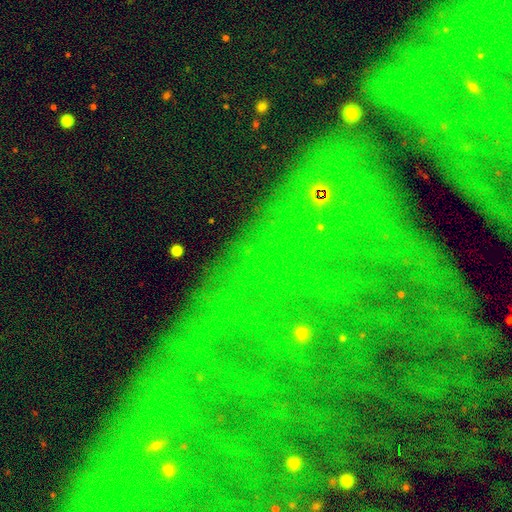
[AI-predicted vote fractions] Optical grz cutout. It shows a star or artifact, not a galaxy (81%).